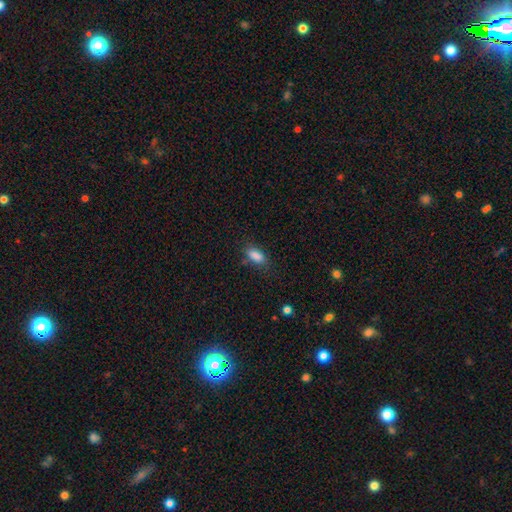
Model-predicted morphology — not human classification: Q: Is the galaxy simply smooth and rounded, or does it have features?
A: smooth — 86%.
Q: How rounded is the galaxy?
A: in between — 86%.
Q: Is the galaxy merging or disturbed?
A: none — 76%.